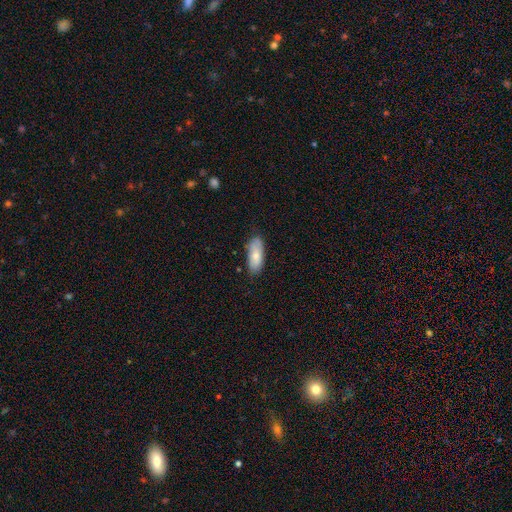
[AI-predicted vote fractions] Smooth or featured?
  - smooth: 79% *
  - featured or disk: 15%
  - star or artifact: 6%
How rounded?
  - in between: 82% *
  - cigar-shaped: 16%
  - round: 2%
Merging?
  - none: 75% *
  - minor disturbance: 20%
  - major disturbance: 3%
  - merger: 2%